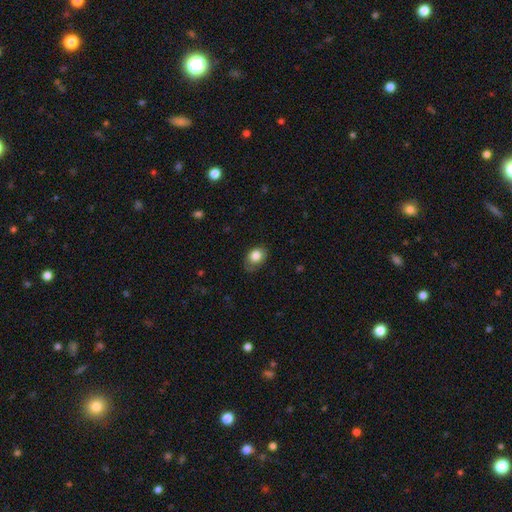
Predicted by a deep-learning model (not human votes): The model was most divided on "merging": none: 64%, minor disturbance: 27%, major disturbance: 8%, merger: 1%. More confident: smooth or featured — smooth (82%); how rounded — in between (73%).